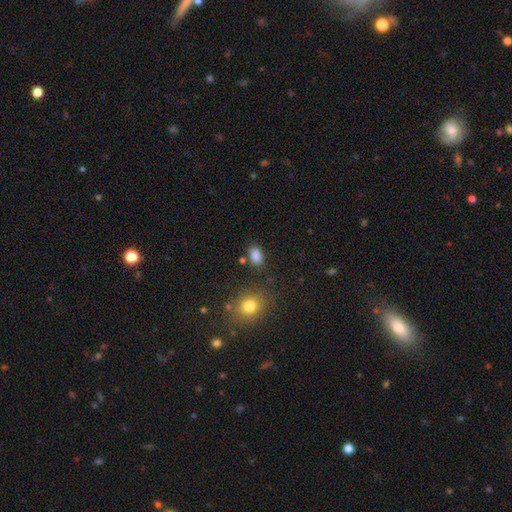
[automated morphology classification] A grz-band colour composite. It shows a smooth galaxy with no disk features (86%) that is in between round and cigar-shaped (86%). Merging: none (79%).